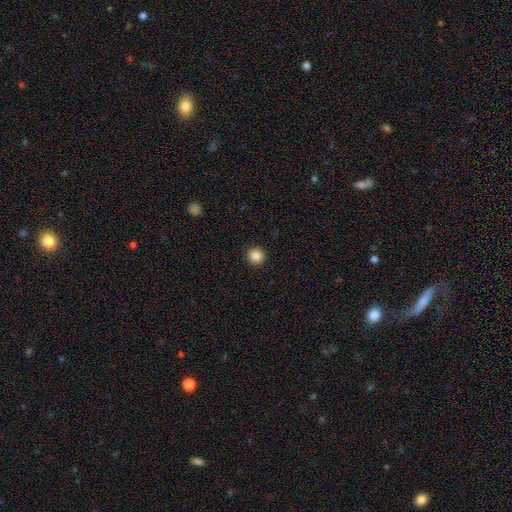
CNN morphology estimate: A smooth galaxy with no disk features (87%) that is round (95%). Merging: none (93%).